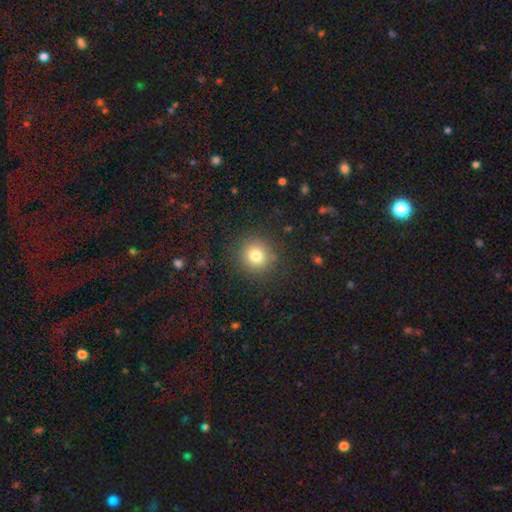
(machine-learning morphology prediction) This is likely a smooth galaxy (78%). How rounded: clearly round (92%). Merging: clearly none (88%).